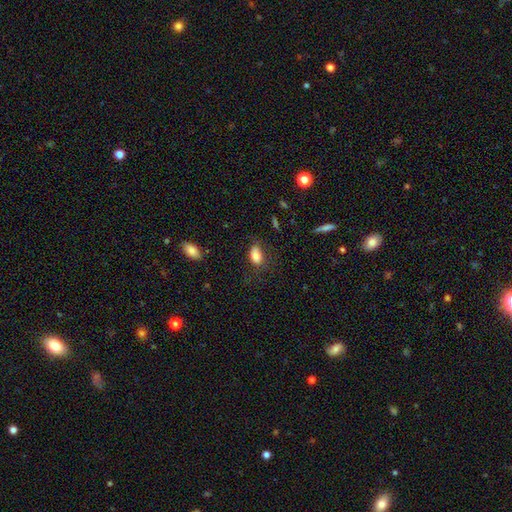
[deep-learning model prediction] smooth 84%, star or artifact 8%, featured or disk 7%. Down the decision tree: how rounded — in between (90%); merging — none (65%).